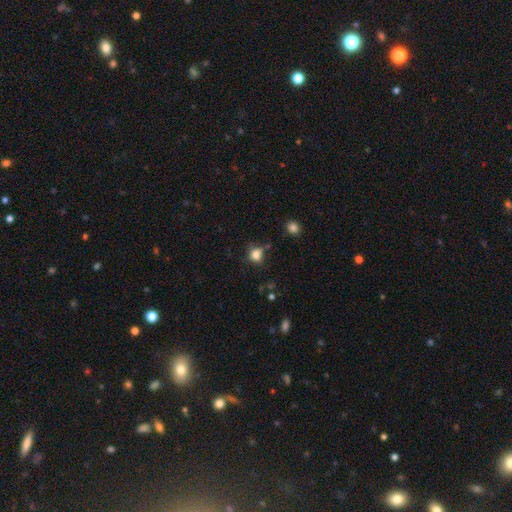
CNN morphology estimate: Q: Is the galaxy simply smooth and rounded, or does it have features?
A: smooth — 80%.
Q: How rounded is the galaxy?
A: round — 65%.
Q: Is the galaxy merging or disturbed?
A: none — 61%.